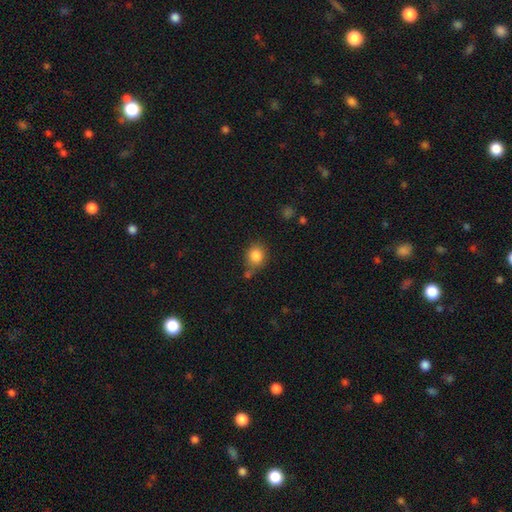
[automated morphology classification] Smooth or featured: smooth — 84% (star or artifact — 10%)
How rounded: round — 72% (in between — 27%)
Merging: none — 69% (minor disturbance — 17%)